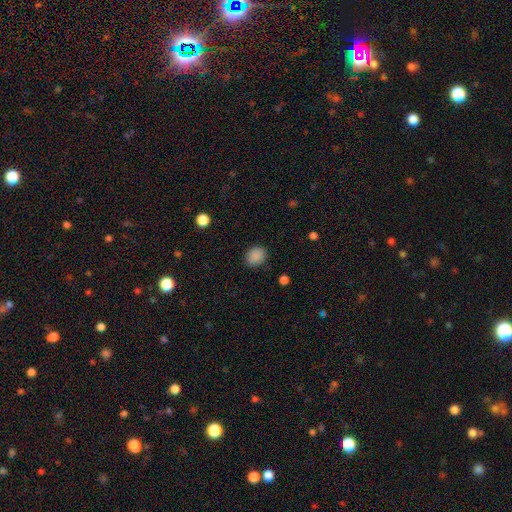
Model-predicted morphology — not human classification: The model was most divided on "how rounded": round: 67%, in between: 32%, cigar-shaped: 1%. More confident: smooth or featured — smooth (87%); merging — none (85%).